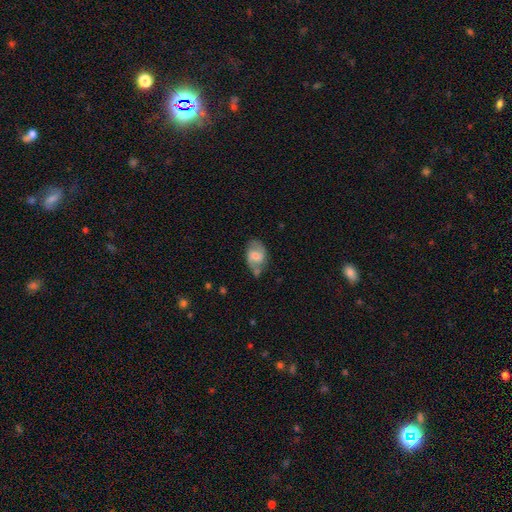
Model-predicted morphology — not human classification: This appears to be a featured or disk galaxy (59%) with a weak bar (53%), spiral arms (86%) and a moderate central bulge (40%). Merging: none (61%).